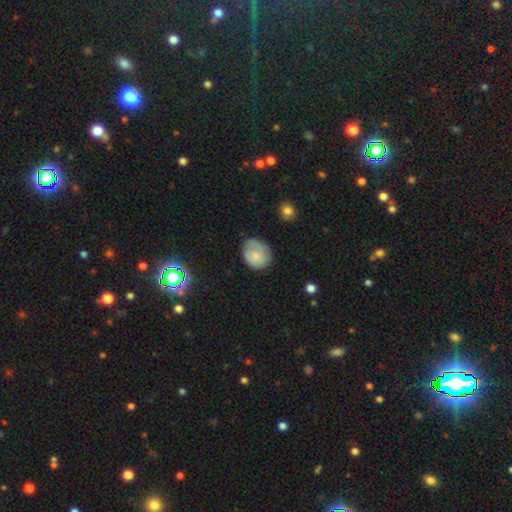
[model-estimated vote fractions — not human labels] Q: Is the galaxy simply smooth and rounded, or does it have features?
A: smooth — 64%.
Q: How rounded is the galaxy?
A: round — 54%.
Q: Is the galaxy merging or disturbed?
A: none — 62%.